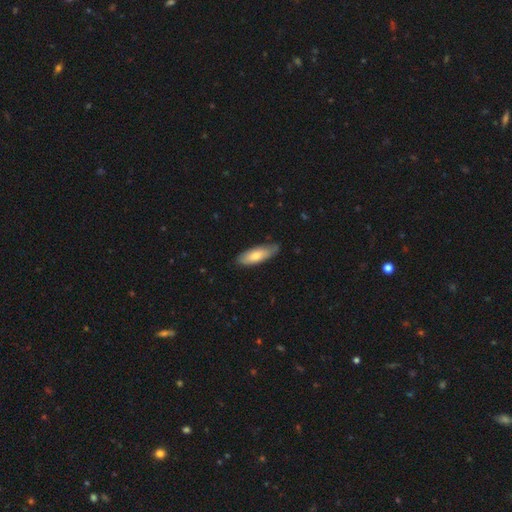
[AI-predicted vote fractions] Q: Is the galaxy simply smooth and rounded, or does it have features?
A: smooth — 73%.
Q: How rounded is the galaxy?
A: in between — 62%.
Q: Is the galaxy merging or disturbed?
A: none — 79%.